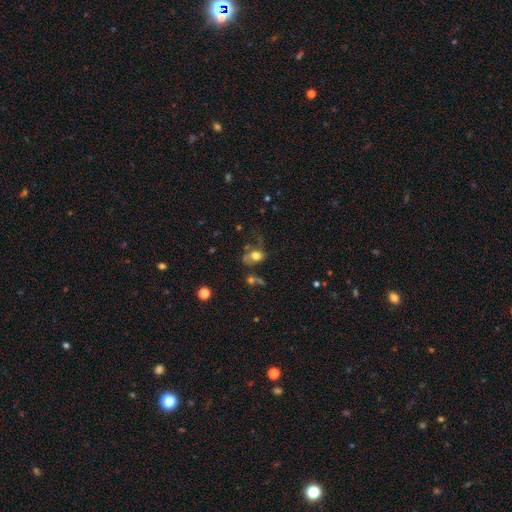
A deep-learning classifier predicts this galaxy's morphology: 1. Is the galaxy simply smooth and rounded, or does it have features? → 63% smooth, 24% featured or disk, 13% star or artifact.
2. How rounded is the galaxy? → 58% in between, 40% round, 2% cigar-shaped.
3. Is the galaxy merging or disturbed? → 37% major disturbance, 28% none, 19% minor disturbance, 16% merger.